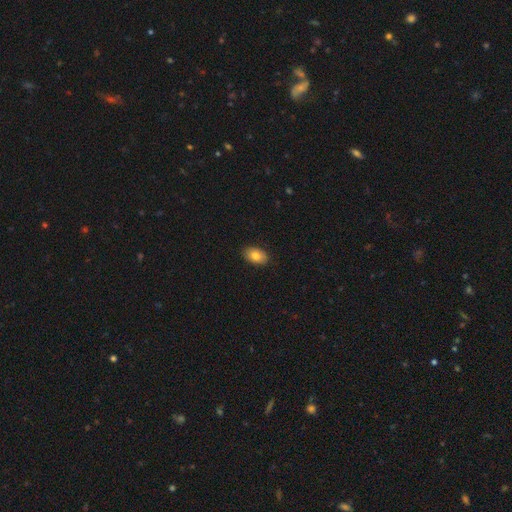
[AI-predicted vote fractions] Smooth or featured? smooth (82%)
How rounded? in between (90%)
Merging? none (90%)